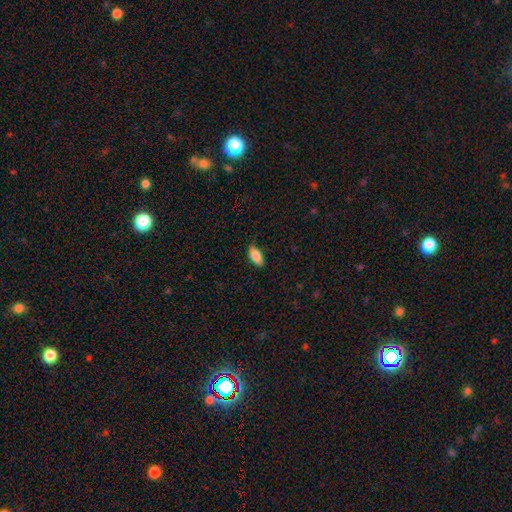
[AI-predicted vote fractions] The model was most divided on "merging": none: 78%, minor disturbance: 18%, major disturbance: 3%, merger: 1%. More confident: how rounded — in between (87%); smooth or featured — smooth (83%).